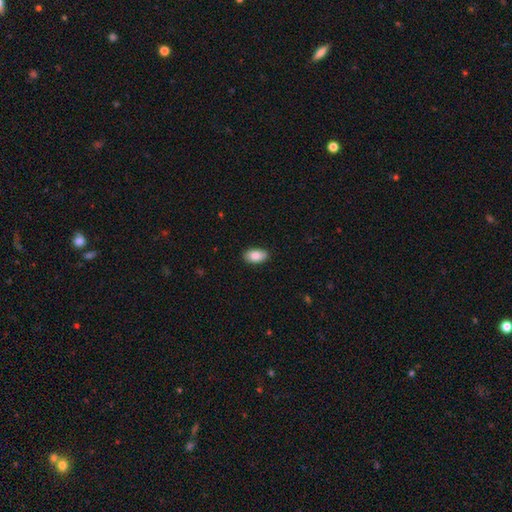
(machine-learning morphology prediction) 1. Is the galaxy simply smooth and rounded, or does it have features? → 88% smooth, 7% star or artifact, 5% featured or disk.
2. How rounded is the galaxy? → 94% in between, 4% round, 2% cigar-shaped.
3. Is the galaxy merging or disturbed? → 88% none, 9% minor disturbance, 2% major disturbance, 1% merger.